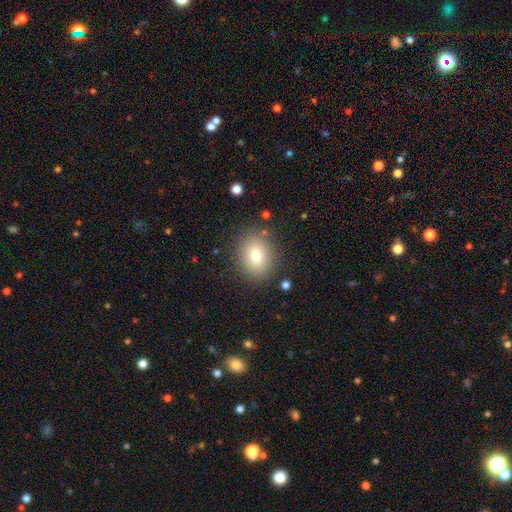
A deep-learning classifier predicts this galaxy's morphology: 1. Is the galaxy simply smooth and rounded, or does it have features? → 76% smooth, 13% featured or disk, 12% star or artifact.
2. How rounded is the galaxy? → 53% round, 46% in between, 1% cigar-shaped.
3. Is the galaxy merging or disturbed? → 84% none, 10% minor disturbance, 4% major disturbance, 2% merger.